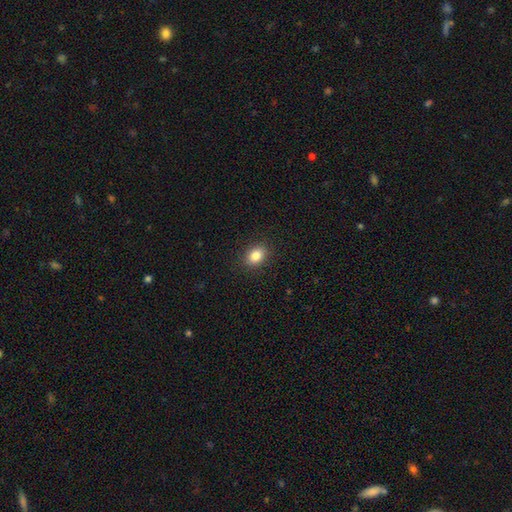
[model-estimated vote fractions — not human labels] This appears to be a smooth galaxy with no disk features (85%) that is in between round and cigar-shaped (63%). Merging: none (89%).